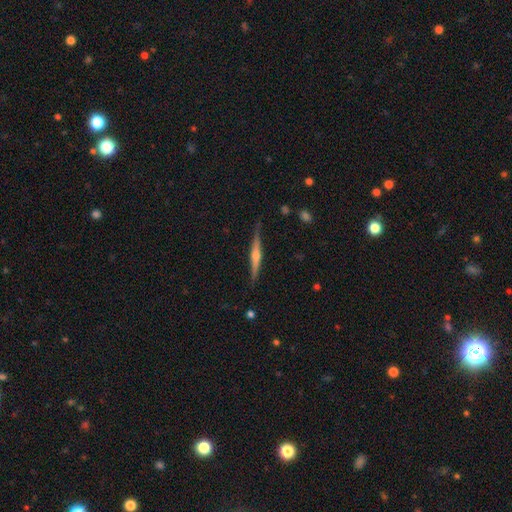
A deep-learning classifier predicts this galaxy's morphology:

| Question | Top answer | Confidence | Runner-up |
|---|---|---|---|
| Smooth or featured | featured or disk | 73% | smooth (21%) |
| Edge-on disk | yes | 98% | no (2%) |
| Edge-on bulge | rounded | 83% | none (10%) |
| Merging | none | 85% | minor disturbance (12%) |